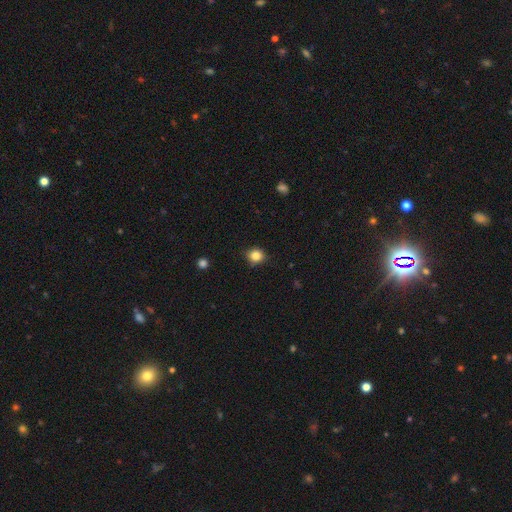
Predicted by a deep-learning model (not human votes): This appears to be a smooth galaxy with no disk features (83%) that is round (82%). Merging: none (84%).